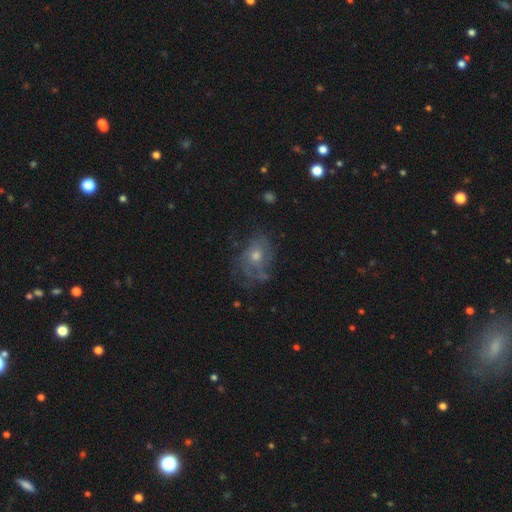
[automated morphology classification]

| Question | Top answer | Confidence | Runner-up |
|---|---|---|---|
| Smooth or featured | featured or disk | 59% | smooth (27%) |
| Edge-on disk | no | 96% | yes (4%) |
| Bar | no | 84% | weak (14%) |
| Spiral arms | yes | 64% | no (36%) |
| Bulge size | moderate | 56% | small (36%) |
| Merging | none | 58% | minor disturbance (22%) |